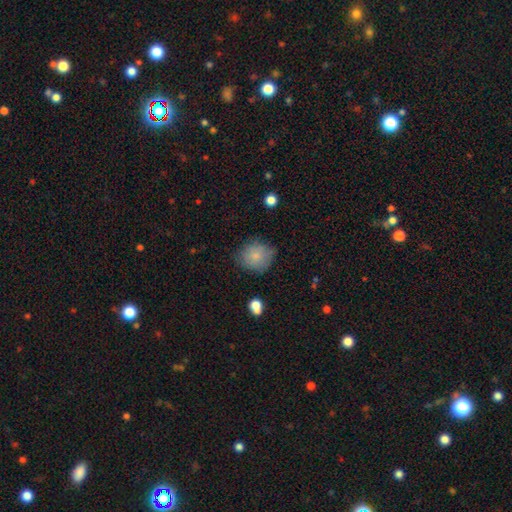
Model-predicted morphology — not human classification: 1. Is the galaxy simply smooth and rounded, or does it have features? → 80% smooth, 11% featured or disk, 9% star or artifact.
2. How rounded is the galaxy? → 75% round, 24% in between, 1% cigar-shaped.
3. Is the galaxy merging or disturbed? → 67% none, 25% minor disturbance, 6% major disturbance, 2% merger.